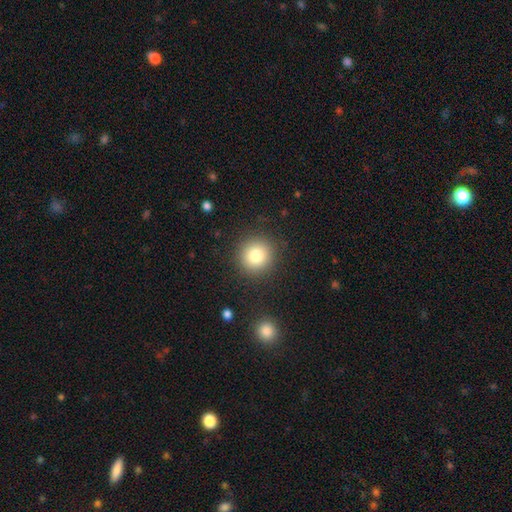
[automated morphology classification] Smooth or featured? Predicted: smooth (p=0.80). How rounded? Predicted: round (p=0.92). Merging? Predicted: none (p=0.89).